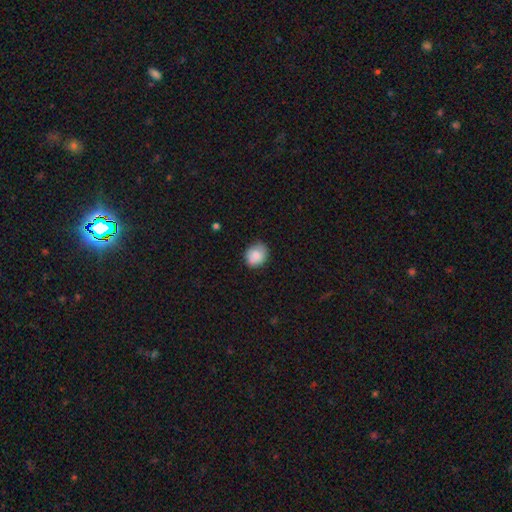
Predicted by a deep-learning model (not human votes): smooth-or-featured: smooth: 86% | star or artifact: 8% | featured or disk: 7%
  how-rounded: round: 65% | in between: 34% | cigar-shaped: 1%
  merging: none: 78% | minor disturbance: 18% | major disturbance: 3% | merger: 1%